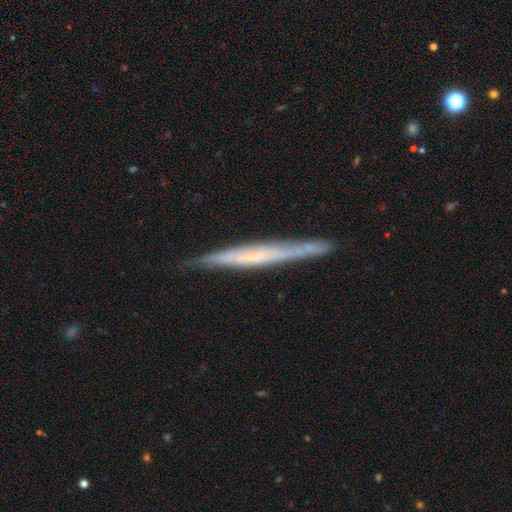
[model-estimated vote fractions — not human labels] smooth_or_featured: featured or disk (p=0.61) [alt: smooth p=0.33]
disk_edge_on: yes (p=0.95) [alt: no p=0.05]
edge_on_bulge: none (p=0.73) [alt: rounded p=0.15]
merging: none (p=0.83) [alt: minor disturbance p=0.14]